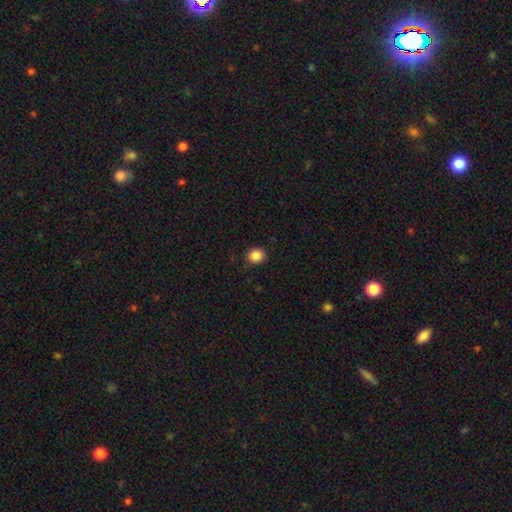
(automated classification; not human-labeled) Smooth or featured? smooth (87%)
How rounded? round (84%)
Merging? none (89%)